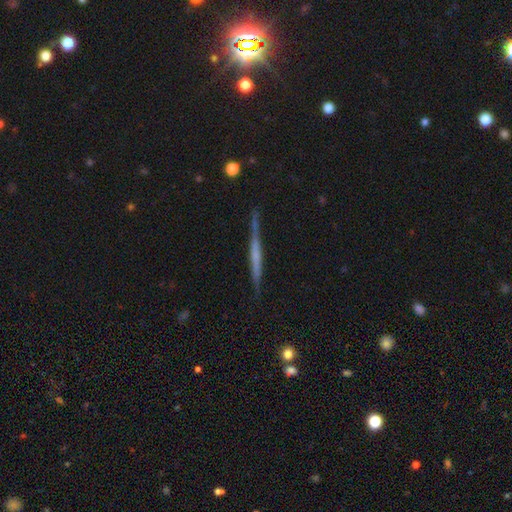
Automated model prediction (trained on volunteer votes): This is likely a featured or disk galaxy (62%). It is clearly viewed edge-on (97%). Edge-on bulge: likely none (67%). Merging: clearly none (86%).